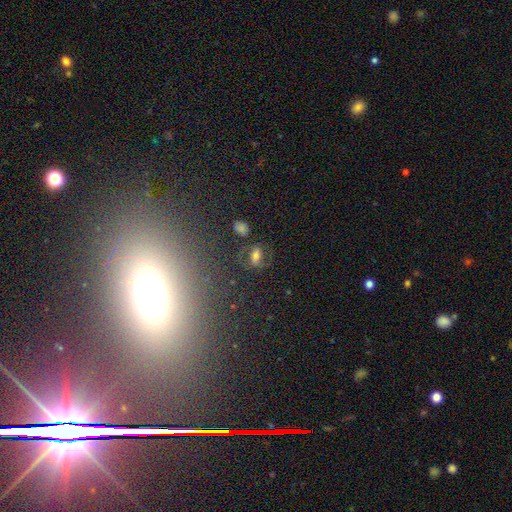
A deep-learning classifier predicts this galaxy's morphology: Smooth or featured? Predicted: smooth (p=0.44). Merging? Predicted: none (p=0.69).